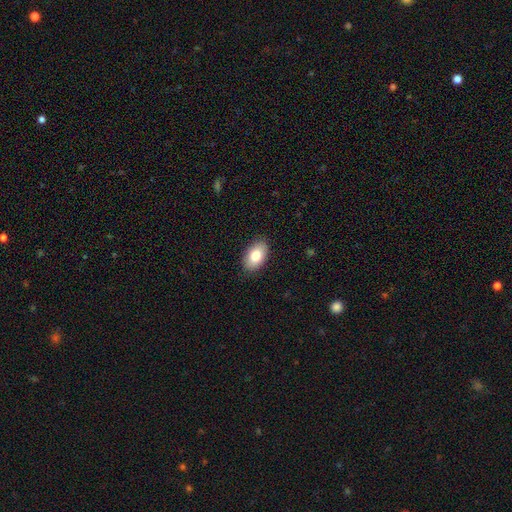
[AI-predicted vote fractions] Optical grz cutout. It shows a smooth galaxy with no disk features (81%) that is in between round and cigar-shaped (92%). Merging: none (88%).